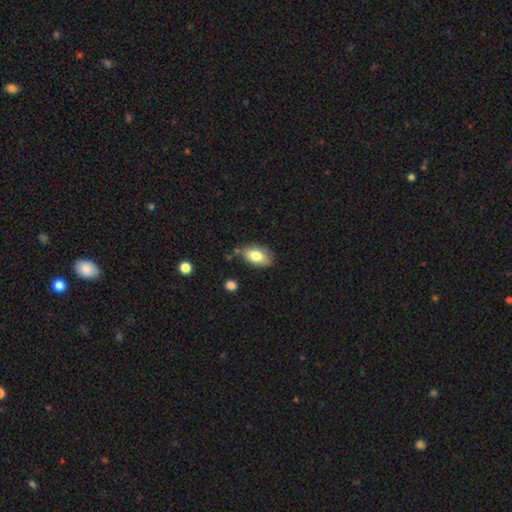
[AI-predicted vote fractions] This appears to be a smooth galaxy with no disk features (78%) that is in between round and cigar-shaped (91%). Merging: none (76%).